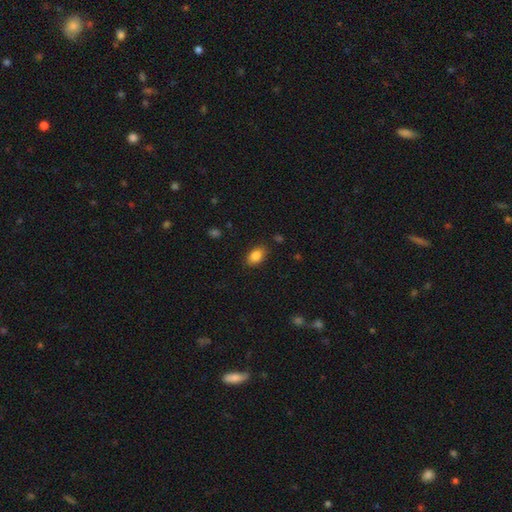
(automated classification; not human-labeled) A smooth galaxy with no disk features (86%) that is in between round and cigar-shaped (88%).

Vote fractions:
- Smooth or featured? smooth: 86% / star or artifact: 8% / featured or disk: 6%
- How rounded? in between: 88% / round: 10% / cigar-shaped: 2%
- Merging? none: 85% / minor disturbance: 11% / major disturbance: 3% / merger: 1%